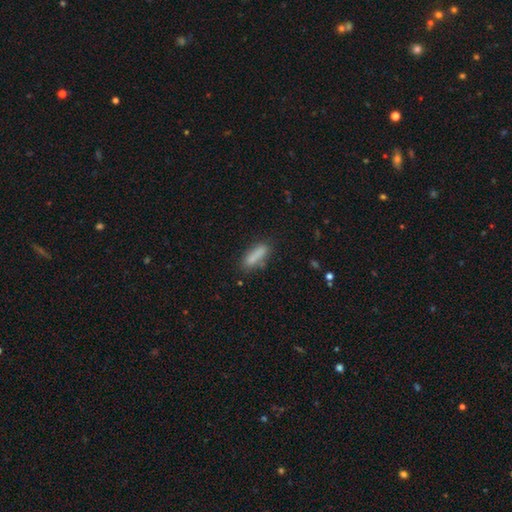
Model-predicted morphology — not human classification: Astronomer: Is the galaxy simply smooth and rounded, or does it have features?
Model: smooth — 83%.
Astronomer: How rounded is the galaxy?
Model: cigar-shaped — 57% (runner-up: in between, 41%).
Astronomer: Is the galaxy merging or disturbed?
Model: none — 72%.